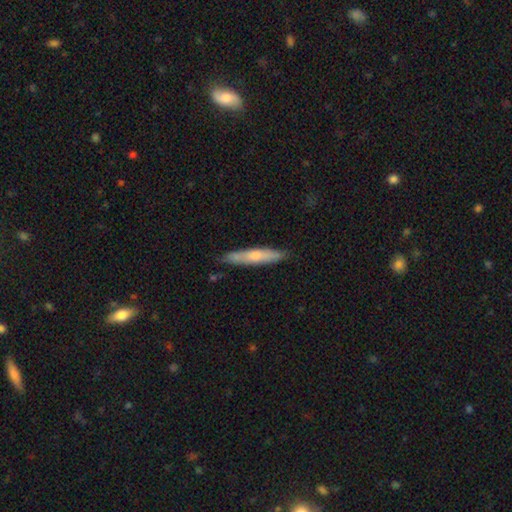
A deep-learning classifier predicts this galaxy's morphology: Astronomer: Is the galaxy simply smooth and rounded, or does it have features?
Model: smooth — 58% (runner-up: featured or disk, 36%).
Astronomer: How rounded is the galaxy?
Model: cigar-shaped — 91%.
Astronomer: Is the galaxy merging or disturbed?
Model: none — 84%.